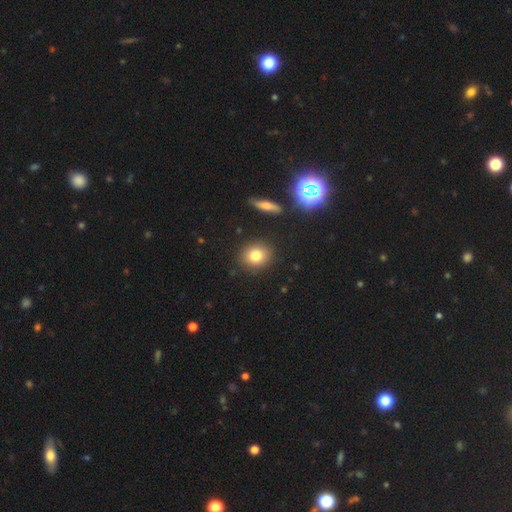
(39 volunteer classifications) Q: Smooth or featured?
A: smooth (85%); runner-up: featured or disk (10%)
Q: How rounded?
A: round (76%); runner-up: in between (21%)
Q: Merging?
A: none (92%); runner-up: major disturbance (5%)